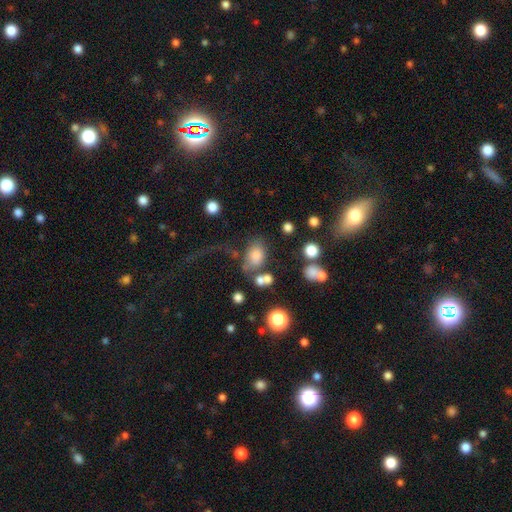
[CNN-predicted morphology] A smooth galaxy with no disk features (75%) that is in between round and cigar-shaped (77%). Merging: none (47%).